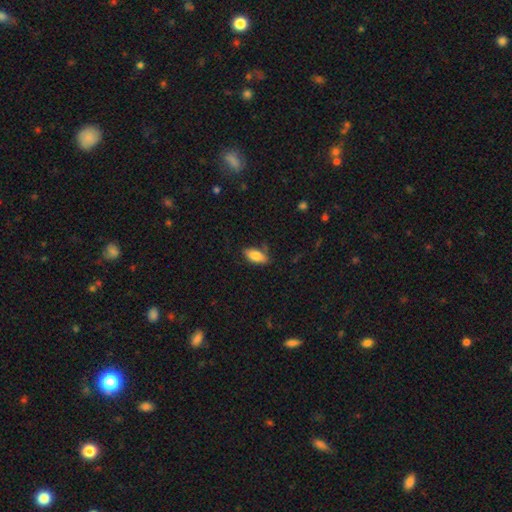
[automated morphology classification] A smooth galaxy with no disk features (84%) that is in between round and cigar-shaped (87%). Merging: none (75%).